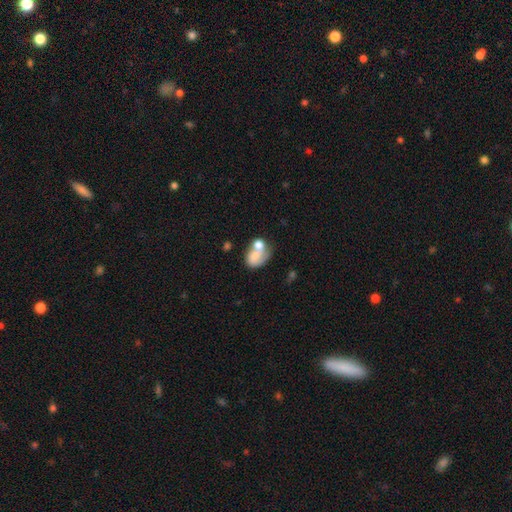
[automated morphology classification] A smooth galaxy with no disk features (53%) that is in between round and cigar-shaped (69%). Merging: merger (49%).